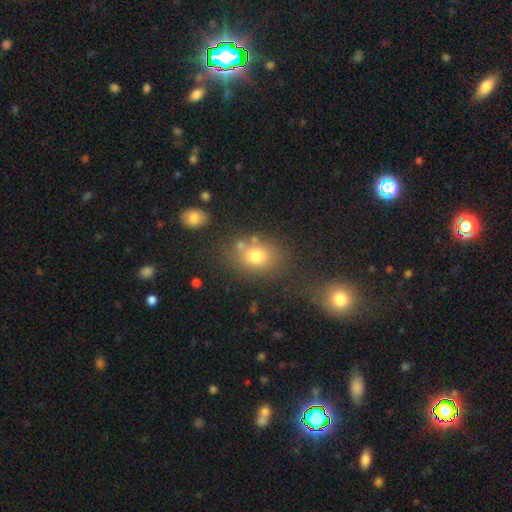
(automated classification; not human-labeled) The model was most divided on "how rounded": in between: 50%, round: 49%, cigar-shaped: 1%. More confident: smooth or featured — smooth (74%); merging — none (65%).